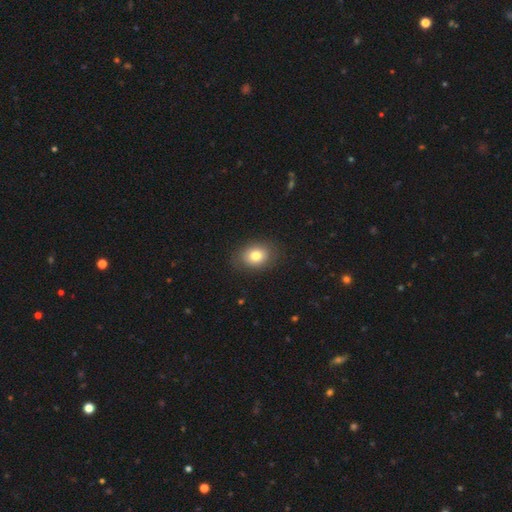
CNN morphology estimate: smooth 79%, featured or disk 11%, star or artifact 10%. Down the decision tree: how rounded — in between (60%); merging — none (85%).